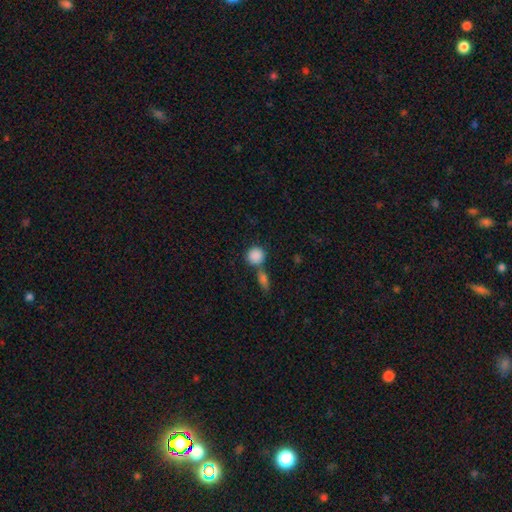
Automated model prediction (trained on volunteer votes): A smooth galaxy with no disk features (87%) that is round (84%).

Vote fractions:
- Smooth or featured? smooth: 87% / star or artifact: 8% / featured or disk: 5%
- How rounded? round: 84% / in between: 14% / cigar-shaped: 2%
- Merging? none: 54% / merger: 32% / minor disturbance: 10% / major disturbance: 4%